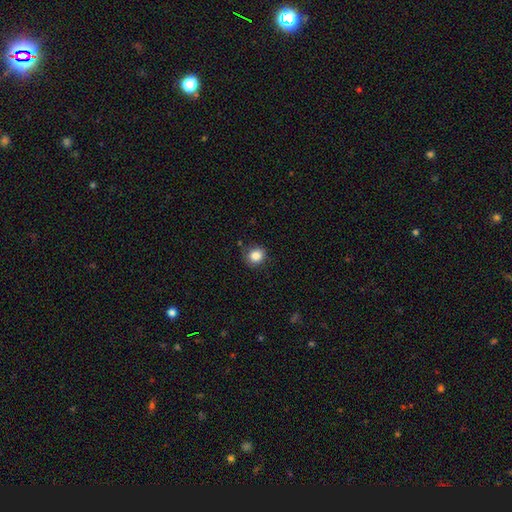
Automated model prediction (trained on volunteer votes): Smooth or featured? smooth (85%)
How rounded? round (82%)
Merging? none (84%)